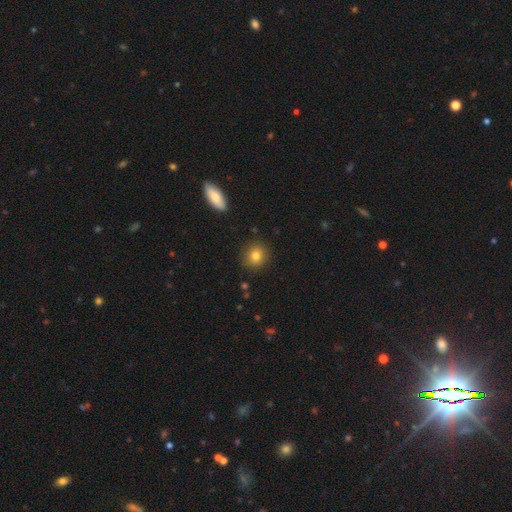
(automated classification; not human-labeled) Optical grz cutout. It shows a smooth galaxy with no disk features (81%) that is round (81%). Merging: none (88%).